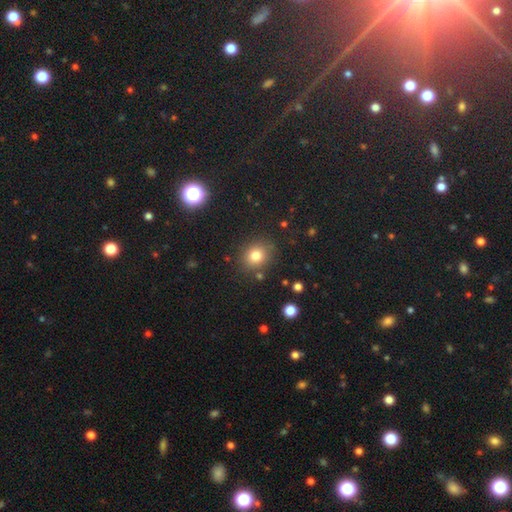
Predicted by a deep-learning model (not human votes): Smooth or featured?
  - smooth: 79% *
  - star or artifact: 14%
  - featured or disk: 8%
How rounded?
  - round: 75% *
  - in between: 24%
  - cigar-shaped: 1%
Merging?
  - none: 84% *
  - minor disturbance: 9%
  - merger: 3%
  - major disturbance: 3%